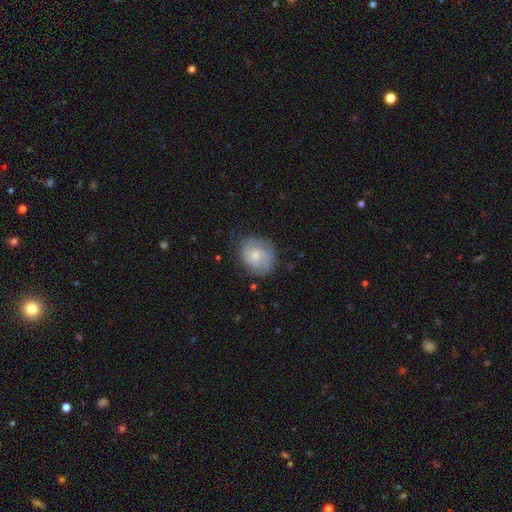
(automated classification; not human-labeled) Smooth or featured?
  - featured or disk: 59% *
  - smooth: 34%
  - star or artifact: 7%
Edge-on disk?
  - no: 97% *
  - yes: 3%
Bar?
  - no: 77% *
  - weak: 20%
  - strong: 2%
Spiral arms?
  - yes: 85% *
  - no: 15%
Bulge size?
  - small: 53% *
  - moderate: 41%
  - none: 3%
  - large: 2%
  - dominant: 1%
Merging?
  - none: 72% *
  - minor disturbance: 20%
  - major disturbance: 7%
  - merger: 1%